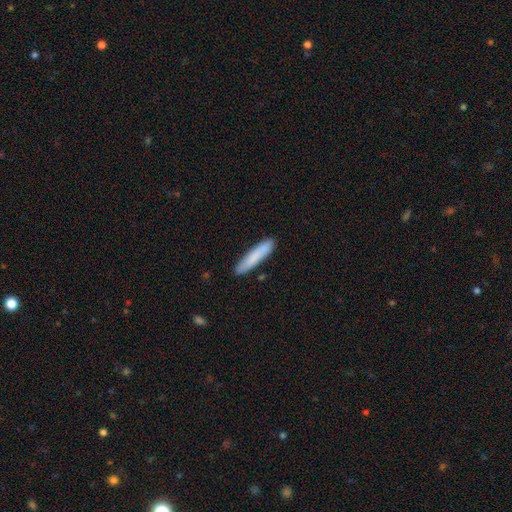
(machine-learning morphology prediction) Overall: smooth (81%). How rounded: cigar-shaped (90%). Merging: none (87%).